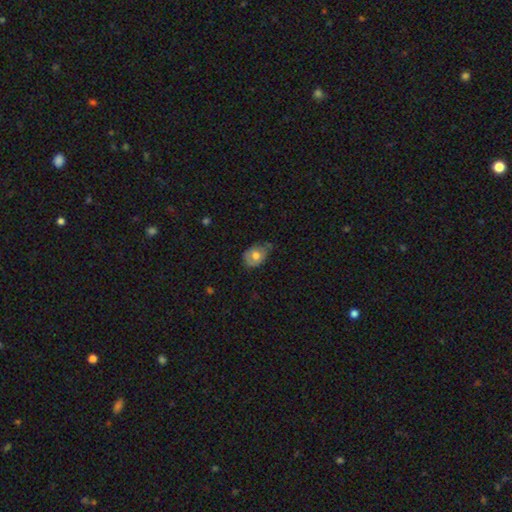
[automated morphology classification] Overall: smooth (63%; featured or disk 29%). How rounded: in between (68%; round 31%). Merging: none (44%; minor disturbance 42%).